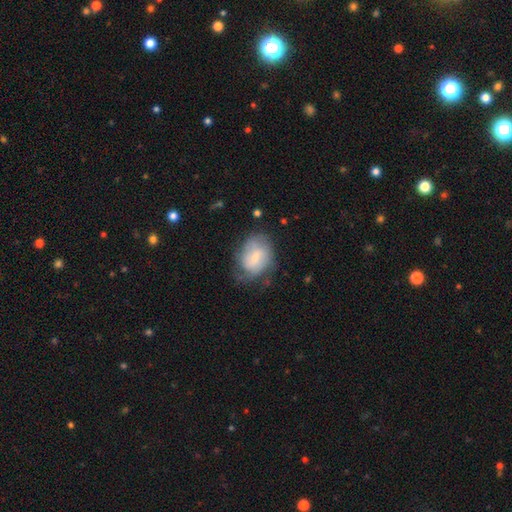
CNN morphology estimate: The model was most divided on "smooth or featured": smooth: 57%, featured or disk: 36%, star or artifact: 7%. More confident: how rounded — in between (66%); merging — none (53%).